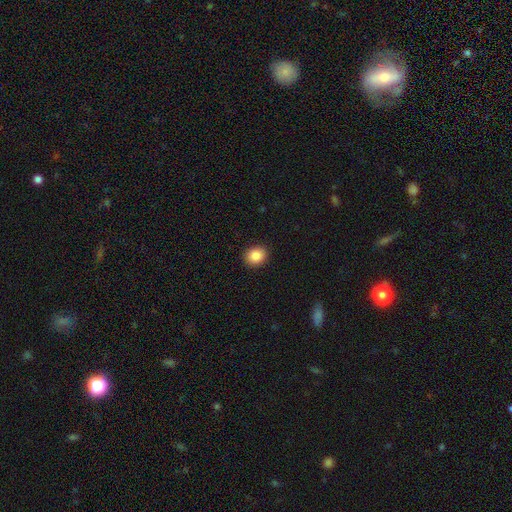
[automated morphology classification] The model was most divided on "how rounded": round: 65%, in between: 34%, cigar-shaped: 1%. More confident: merging — none (91%); smooth or featured — smooth (87%).